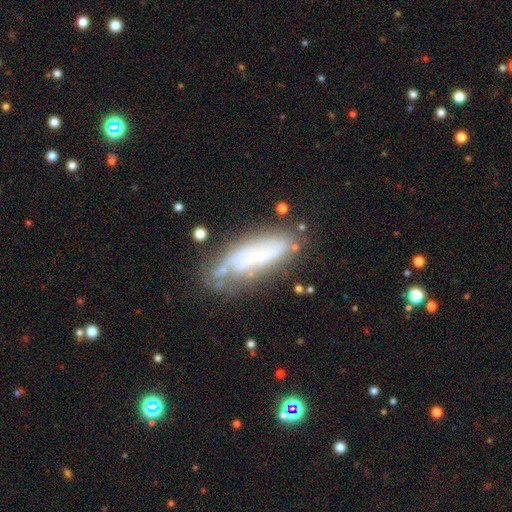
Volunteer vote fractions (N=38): Smooth or featured?
  - featured or disk: 47% *
  - smooth: 45%
  - star or artifact: 8%
Edge-on disk?
  - yes: 61% *
  - no: 39%
Edge-on bulge?
  - rounded: 45% *
  - boxy: 36%
  - none: 18%
Merging?
  - none: 83% *
  - minor disturbance: 14%
  - merger: 3%
  - major disturbance: 0%